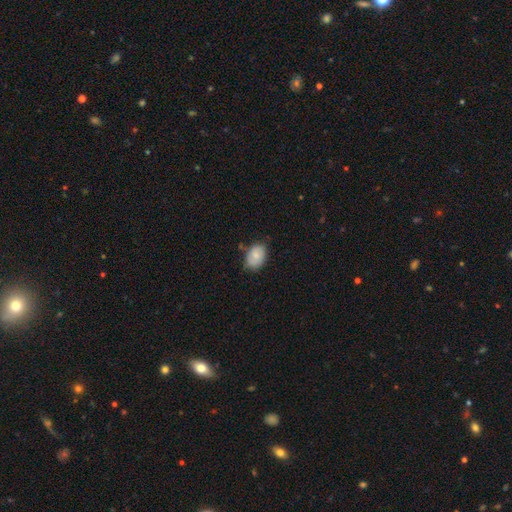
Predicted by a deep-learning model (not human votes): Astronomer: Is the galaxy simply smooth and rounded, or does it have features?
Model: smooth — 80%.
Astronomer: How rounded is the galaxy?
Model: in between — 81%.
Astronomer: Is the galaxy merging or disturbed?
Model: none — 69%.